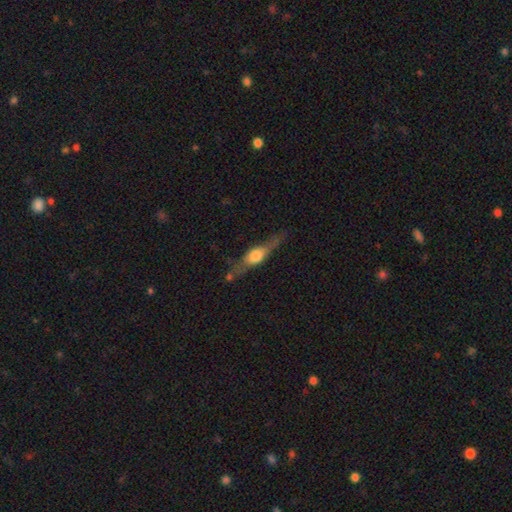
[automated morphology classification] Smooth or featured: featured or disk — 63% (smooth — 31%)
Edge-on disk: yes — 92% (no — 8%)
Edge-on bulge: rounded — 90% (boxy — 7%)
Merging: none — 71% (minor disturbance — 19%)